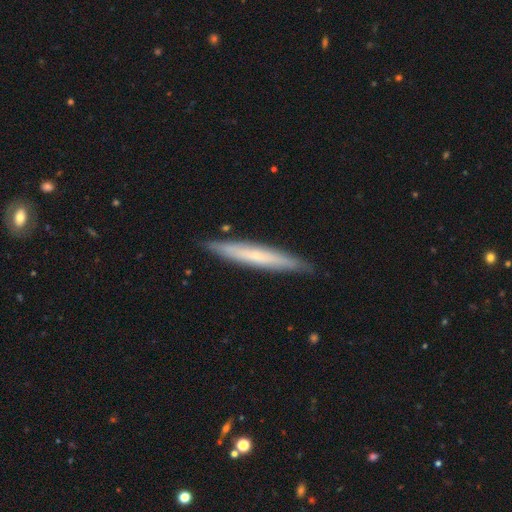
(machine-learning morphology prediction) Q: Smooth or featured?
A: featured or disk (49%); runner-up: smooth (45%)
Q: Merging?
A: none (88%); runner-up: minor disturbance (10%)